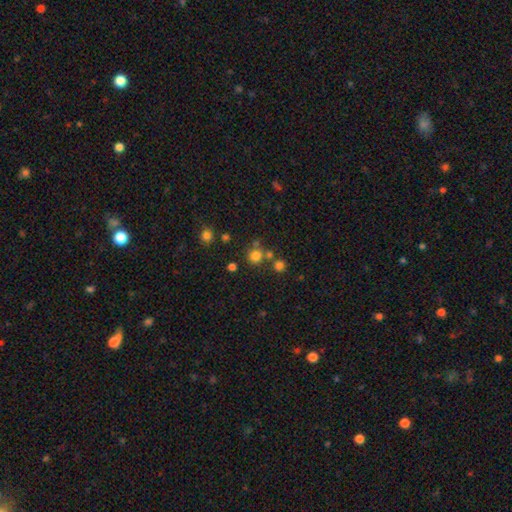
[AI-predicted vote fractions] This is likely a smooth galaxy (74%). How rounded: clearly round (91%). Merging: likely none (71%).